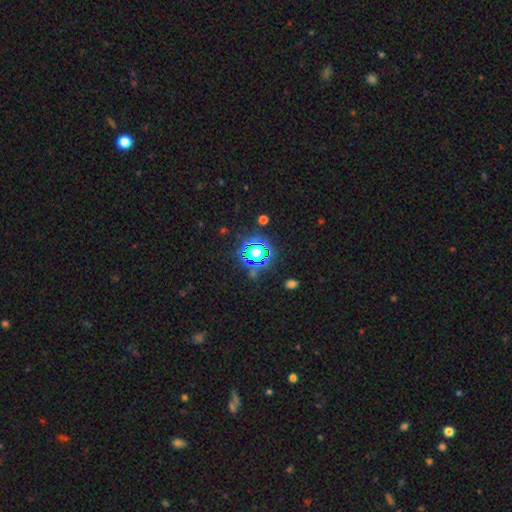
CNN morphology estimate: star or artifact 75%, smooth 18%, featured or disk 7%.